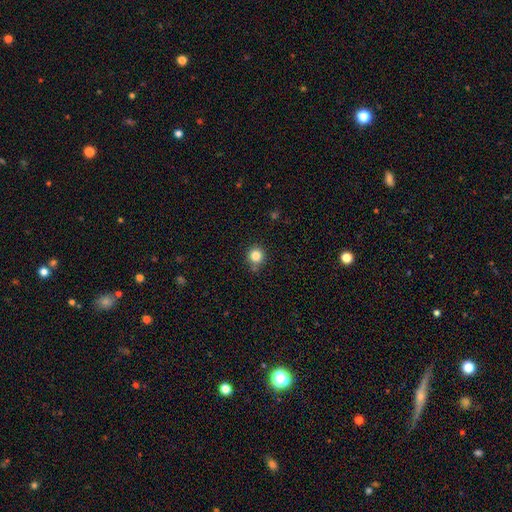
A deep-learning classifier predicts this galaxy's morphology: smooth_or_featured: smooth (p=0.83) [alt: star or artifact p=0.12]
how_rounded: round (p=0.91) [alt: in between p=0.08]
merging: none (p=0.82) [alt: minor disturbance p=0.11]